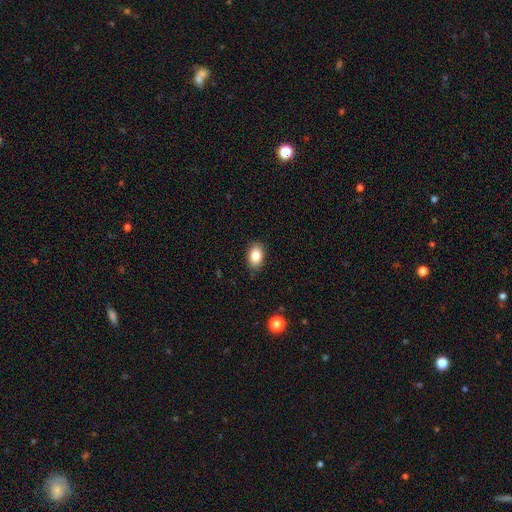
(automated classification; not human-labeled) Q: Smooth or featured?
A: smooth (85%); runner-up: star or artifact (8%)
Q: How rounded?
A: in between (87%); runner-up: round (12%)
Q: Merging?
A: none (86%); runner-up: minor disturbance (11%)